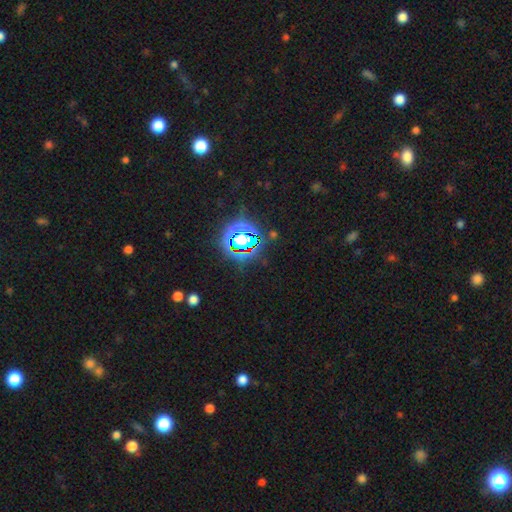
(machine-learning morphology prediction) Smooth or featured? Predicted: star or artifact (p=0.82).